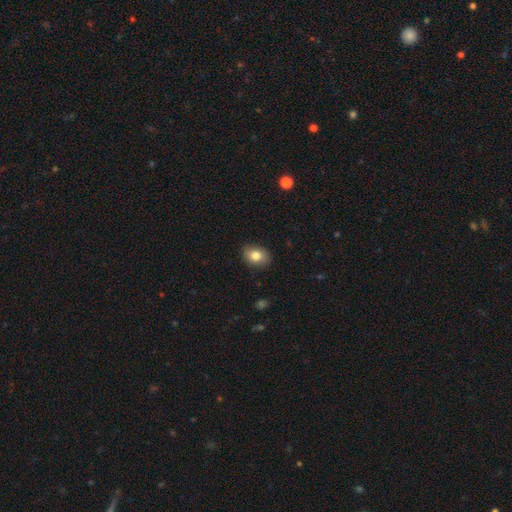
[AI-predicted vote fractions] Morphology: type=smooth (81%); roundness=in between (67%); merging=none (86%).